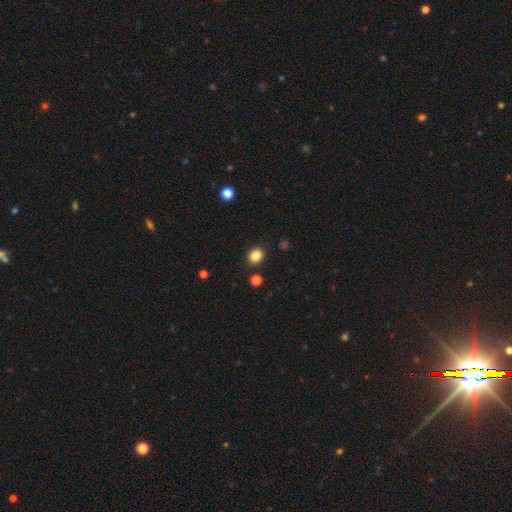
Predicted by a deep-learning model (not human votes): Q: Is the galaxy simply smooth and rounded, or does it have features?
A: smooth — 85%.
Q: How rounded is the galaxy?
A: round — 56%.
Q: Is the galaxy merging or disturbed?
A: none — 88%.